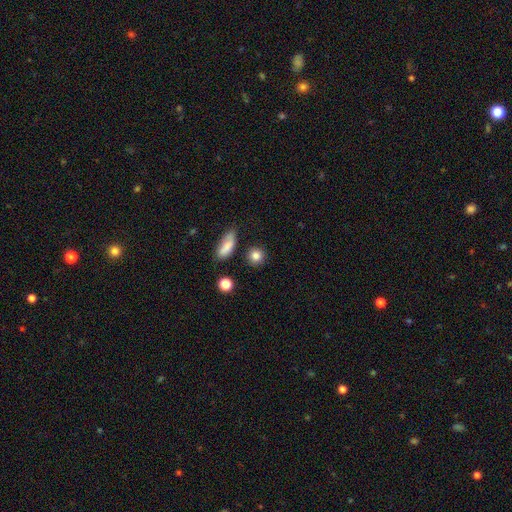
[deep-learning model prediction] Smooth or featured?
  - smooth: 84% *
  - star or artifact: 10%
  - featured or disk: 6%
How rounded?
  - round: 84% *
  - in between: 14%
  - cigar-shaped: 3%
Merging?
  - none: 83% *
  - minor disturbance: 10%
  - merger: 4%
  - major disturbance: 3%